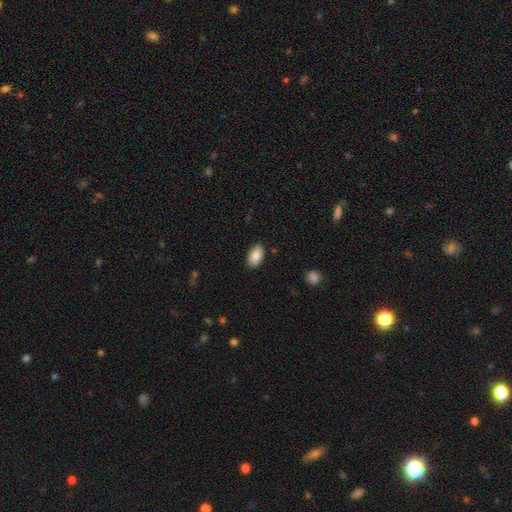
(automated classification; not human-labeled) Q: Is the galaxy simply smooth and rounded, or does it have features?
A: smooth — 89%.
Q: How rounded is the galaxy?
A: in between — 94%.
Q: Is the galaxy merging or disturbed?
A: none — 87%.